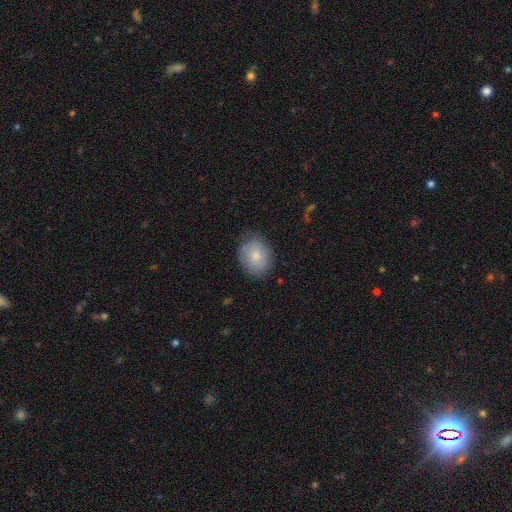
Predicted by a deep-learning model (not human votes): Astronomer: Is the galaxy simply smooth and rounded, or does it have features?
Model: smooth — 80%.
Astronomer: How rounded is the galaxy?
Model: in between — 51% (runner-up: round, 48%).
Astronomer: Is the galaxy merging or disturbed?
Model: none — 78%.